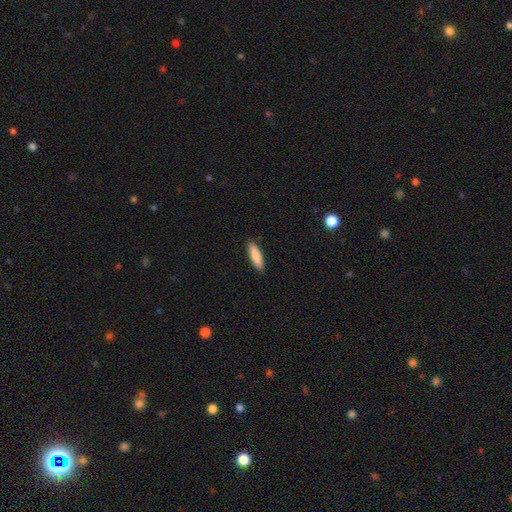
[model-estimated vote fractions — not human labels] Smooth or featured? smooth (87%)
How rounded? cigar-shaped (63%)
Merging? none (89%)